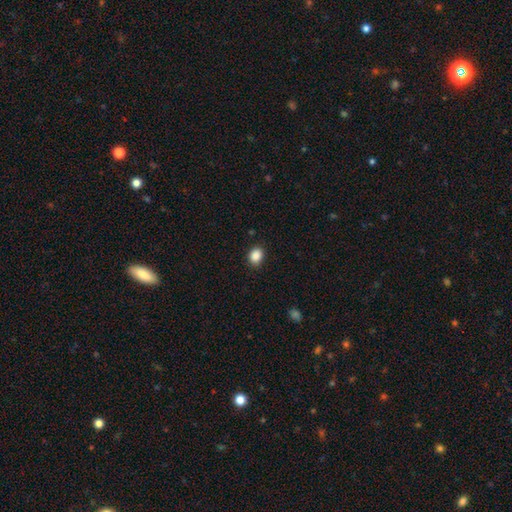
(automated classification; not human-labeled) Morphology: type=smooth (88%); roundness=round (54%); merging=none (88%).